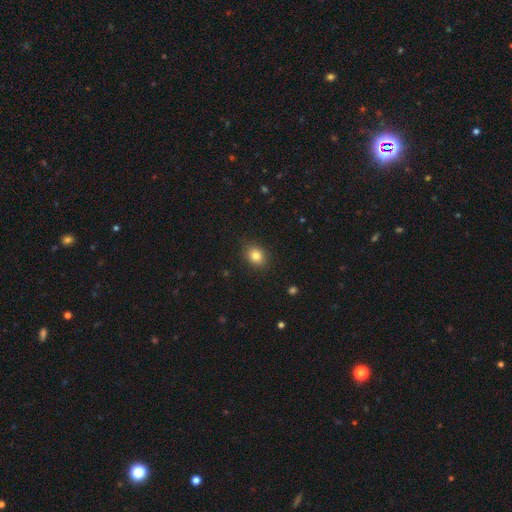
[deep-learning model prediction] Smooth or featured?
  - smooth: 83% *
  - star or artifact: 11%
  - featured or disk: 7%
How rounded?
  - in between: 55% *
  - round: 44%
  - cigar-shaped: 1%
Merging?
  - none: 87% *
  - minor disturbance: 10%
  - major disturbance: 2%
  - merger: 1%